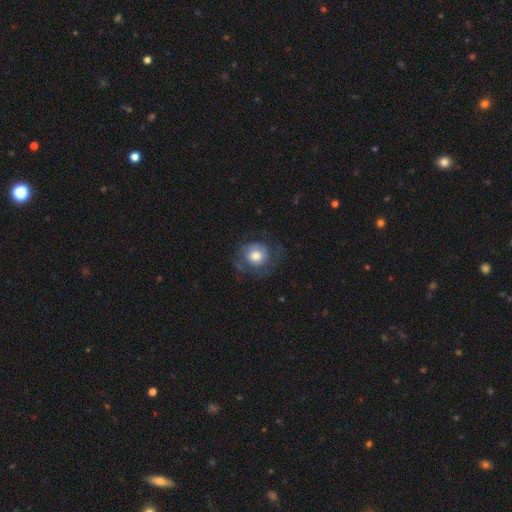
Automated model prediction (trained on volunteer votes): Q: Smooth or featured?
A: smooth (63%); runner-up: featured or disk (29%)
Q: How rounded?
A: round (84%); runner-up: in between (15%)
Q: Merging?
A: none (59%); runner-up: minor disturbance (22%)